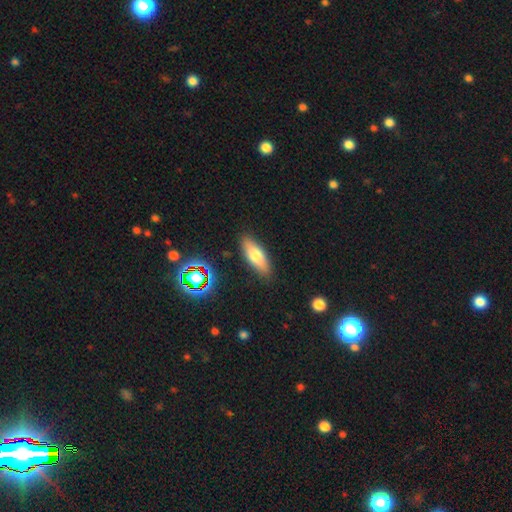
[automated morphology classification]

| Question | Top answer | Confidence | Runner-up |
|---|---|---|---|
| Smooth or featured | smooth | 69% | featured or disk (23%) |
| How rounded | in between | 66% | cigar-shaped (31%) |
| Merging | none | 87% | minor disturbance (9%) |